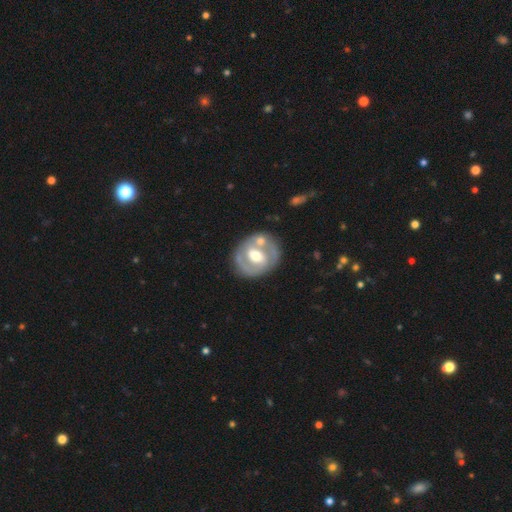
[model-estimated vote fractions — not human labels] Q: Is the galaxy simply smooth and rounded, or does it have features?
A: featured or disk — 68%.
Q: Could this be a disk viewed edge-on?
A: no — 96%.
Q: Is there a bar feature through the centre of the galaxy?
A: no — 40%.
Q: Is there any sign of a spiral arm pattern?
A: no — 52%.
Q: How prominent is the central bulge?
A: moderate — 72%.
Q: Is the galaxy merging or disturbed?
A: none — 63%.